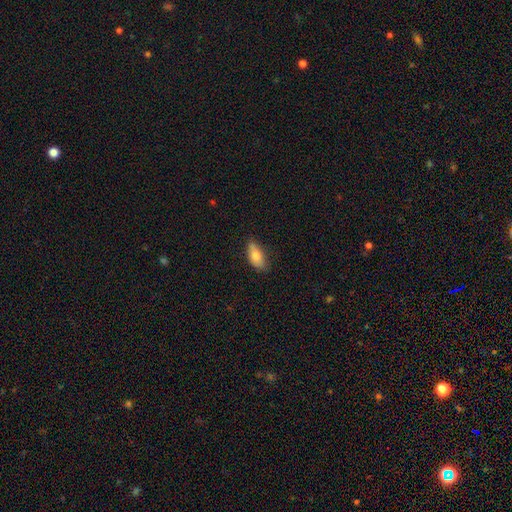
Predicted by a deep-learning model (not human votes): smooth-or-featured: smooth: 81% | featured or disk: 12% | star or artifact: 7%
  how-rounded: in between: 85% | cigar-shaped: 12% | round: 3%
  merging: none: 68% | minor disturbance: 26% | major disturbance: 5% | merger: 2%